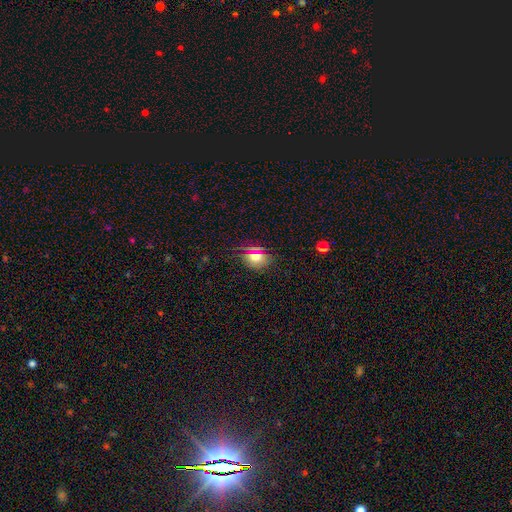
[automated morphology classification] Smooth or featured: smooth — 66% (star or artifact — 22%)
How rounded: in between — 53% (round — 44%)
Merging: none — 81% (minor disturbance — 13%)